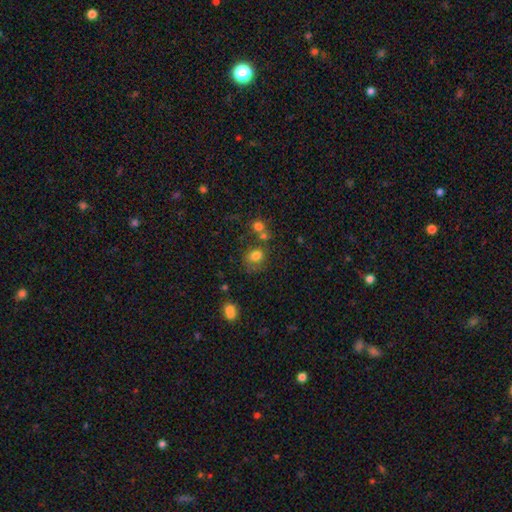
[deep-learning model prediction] A smooth galaxy with no disk features (76%) that is round (51%). Merging: none (45%).